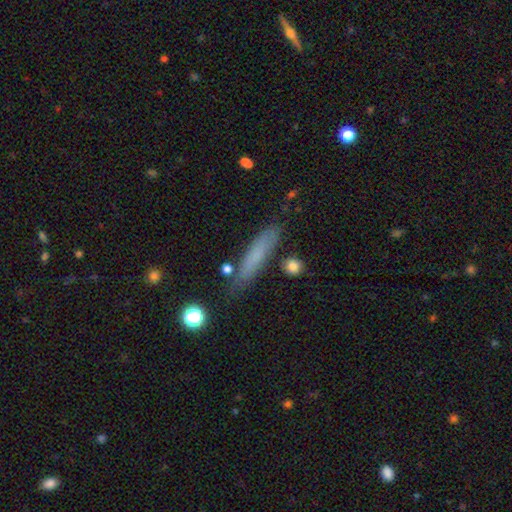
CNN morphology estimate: This is likely a smooth galaxy (71%). How rounded: clearly cigar-shaped (87%). Merging: likely none (78%).